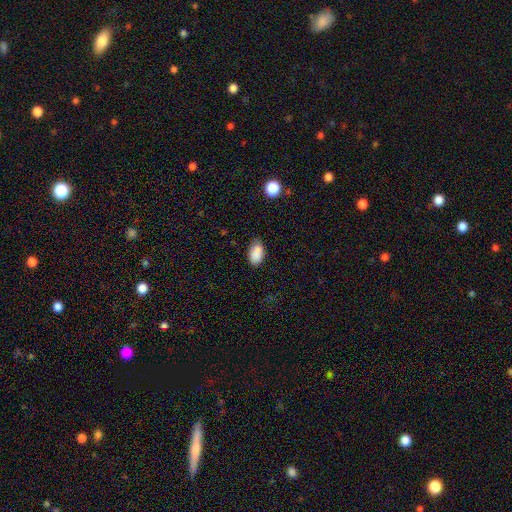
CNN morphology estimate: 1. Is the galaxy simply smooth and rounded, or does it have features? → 88% smooth, 8% star or artifact, 4% featured or disk.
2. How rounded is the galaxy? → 93% in between, 5% round, 2% cigar-shaped.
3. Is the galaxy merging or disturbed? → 75% none, 20% minor disturbance, 4% major disturbance, 2% merger.